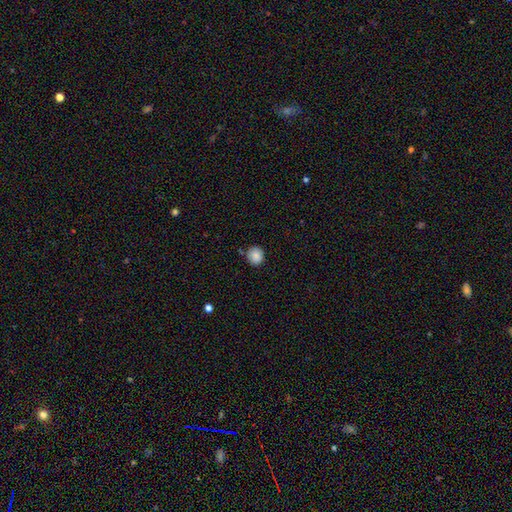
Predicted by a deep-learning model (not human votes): This appears to be a smooth galaxy with no disk features (86%) that is round (87%). Merging: none (81%).